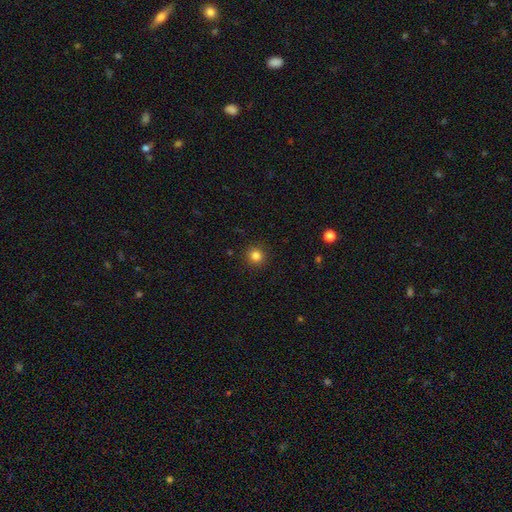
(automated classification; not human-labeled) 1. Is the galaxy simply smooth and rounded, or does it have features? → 83% smooth, 12% star or artifact, 5% featured or disk.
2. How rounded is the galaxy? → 94% round, 5% in between, 1% cigar-shaped.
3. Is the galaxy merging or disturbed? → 92% none, 5% minor disturbance, 2% major disturbance, 1% merger.